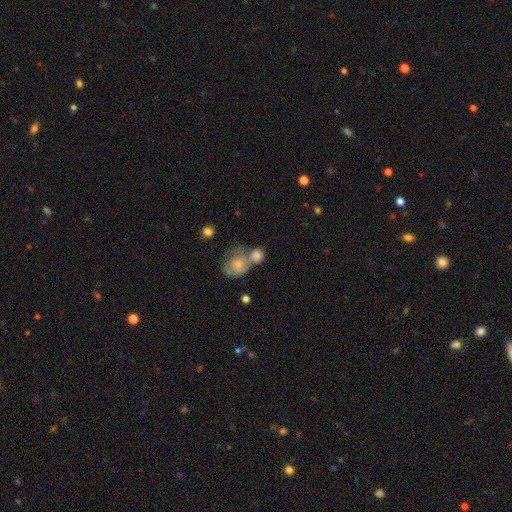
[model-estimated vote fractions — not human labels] Morphology: type=smooth (64%); roundness=round (66%); merging=merger (52%).